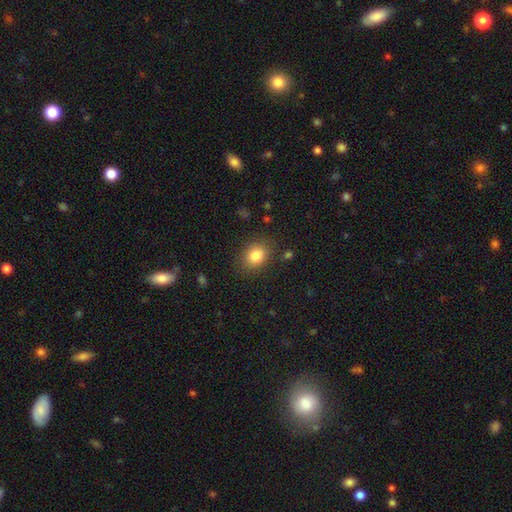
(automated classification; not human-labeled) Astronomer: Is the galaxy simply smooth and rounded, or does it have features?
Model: smooth — 83%.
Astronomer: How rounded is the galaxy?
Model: in between — 59% (runner-up: round, 40%).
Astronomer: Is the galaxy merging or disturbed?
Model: none — 83%.